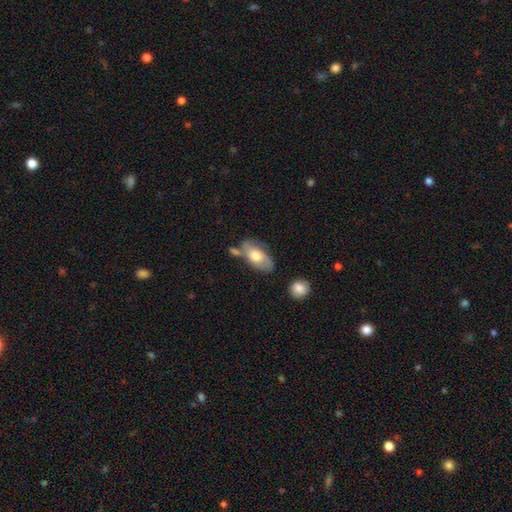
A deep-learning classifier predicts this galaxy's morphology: Q: Smooth or featured?
A: smooth (54%); runner-up: featured or disk (40%)
Q: How rounded?
A: in between (91%); runner-up: round (5%)
Q: Merging?
A: none (52%); runner-up: minor disturbance (24%)